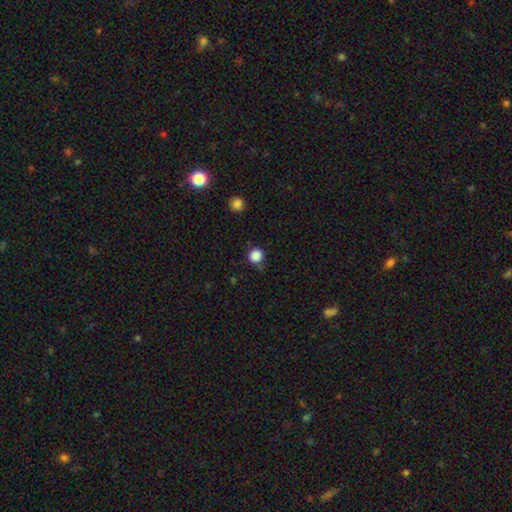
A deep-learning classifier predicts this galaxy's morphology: Smooth or featured?
  - smooth: 86% *
  - star or artifact: 11%
  - featured or disk: 3%
How rounded?
  - round: 92% *
  - in between: 7%
  - cigar-shaped: 1%
Merging?
  - none: 73% *
  - minor disturbance: 19%
  - major disturbance: 5%
  - merger: 3%